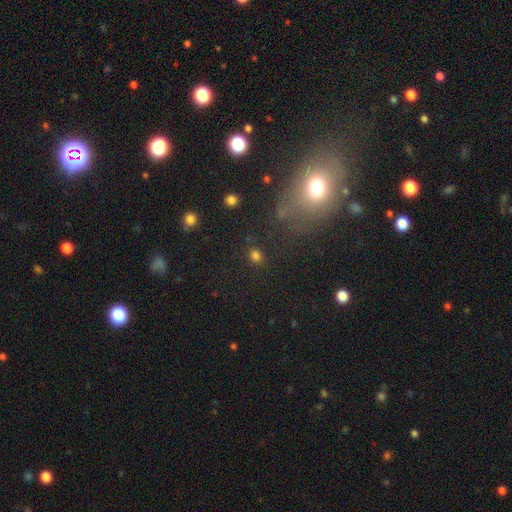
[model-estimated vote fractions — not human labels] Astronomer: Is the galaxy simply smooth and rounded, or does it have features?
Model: smooth — 77%.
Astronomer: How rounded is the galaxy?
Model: round — 70%.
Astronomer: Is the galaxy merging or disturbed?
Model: none — 83%.